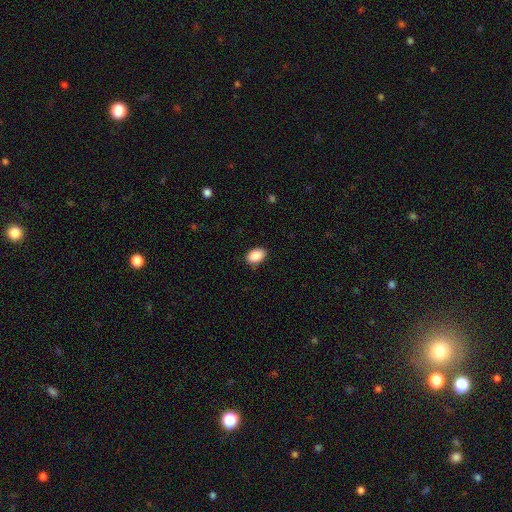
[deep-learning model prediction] smooth-or-featured: smooth: 90% | star or artifact: 7% | featured or disk: 3%
  how-rounded: in between: 88% | round: 11% | cigar-shaped: 1%
  merging: none: 86% | minor disturbance: 11% | major disturbance: 2% | merger: 1%